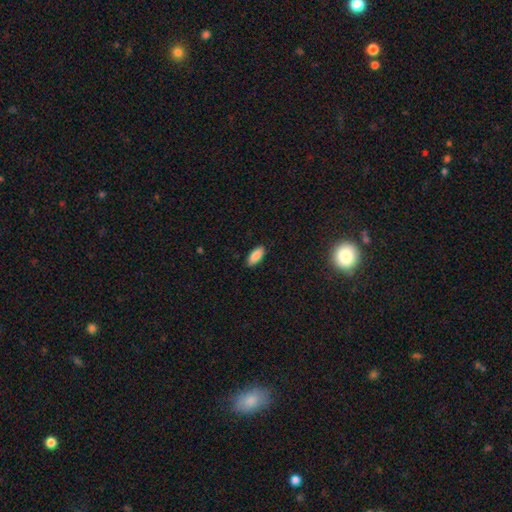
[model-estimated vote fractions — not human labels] Morphology: type=smooth (89%); roundness=in between (85%); merging=none (88%).